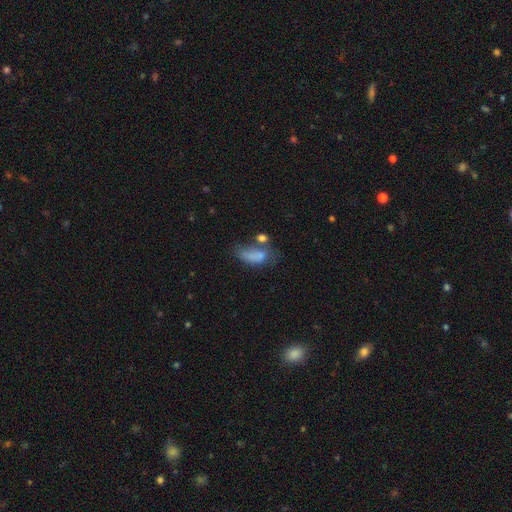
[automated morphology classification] This appears to be a smooth galaxy with no disk features (69%) that is in between round and cigar-shaped (83%). Merging: major disturbance (29%).